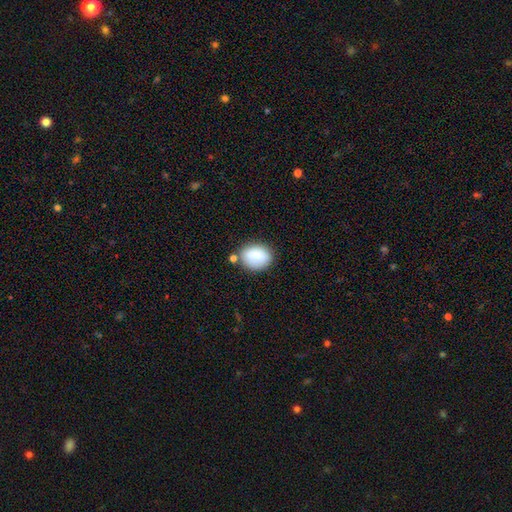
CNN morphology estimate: Smooth or featured? smooth (85%)
How rounded? in between (59%)
Merging? none (71%)